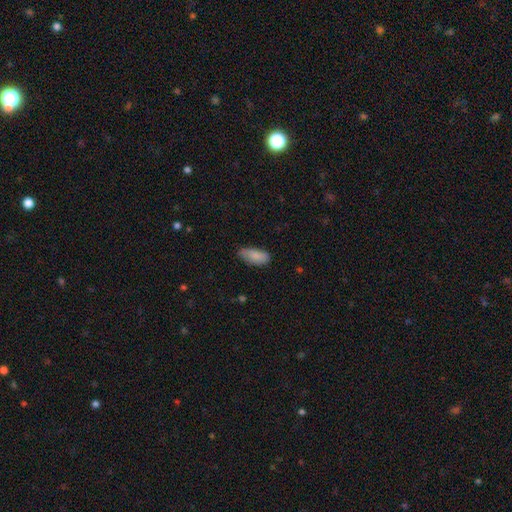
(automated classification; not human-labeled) Smooth or featured: smooth — 86% (featured or disk — 8%)
How rounded: in between — 85% (cigar-shaped — 13%)
Merging: none — 70% (minor disturbance — 25%)